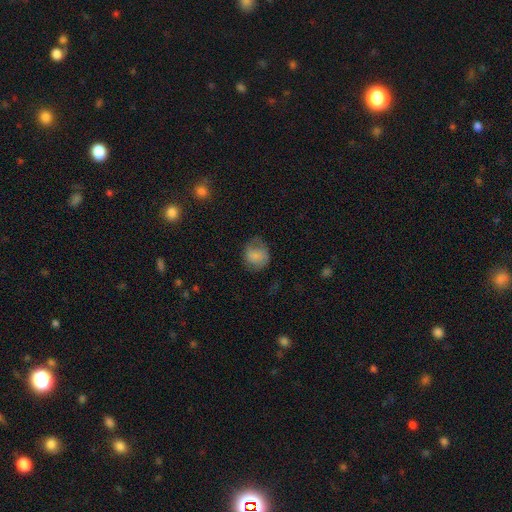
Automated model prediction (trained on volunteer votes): Morphology: type=smooth (75%); roundness=round (64%); merging=none (49%).